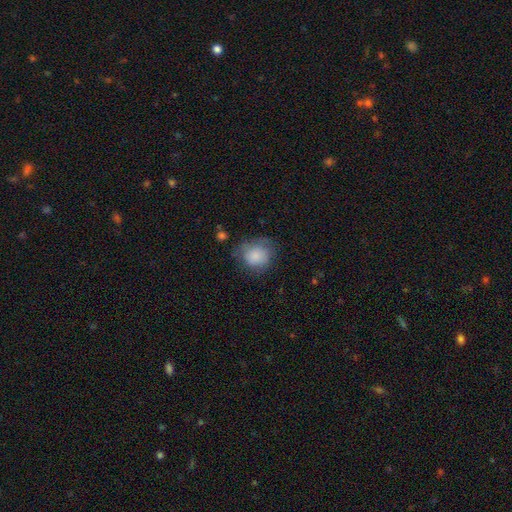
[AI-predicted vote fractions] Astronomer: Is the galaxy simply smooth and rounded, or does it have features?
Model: smooth — 81%.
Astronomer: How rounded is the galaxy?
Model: round — 79%.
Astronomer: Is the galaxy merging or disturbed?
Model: none — 61%.